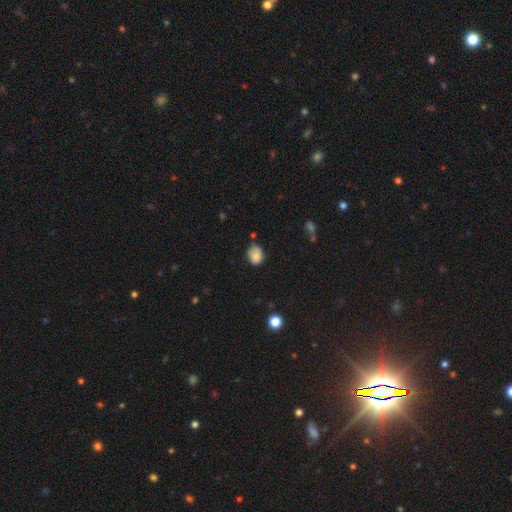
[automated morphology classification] A smooth galaxy with no disk features (83%) that is in between round and cigar-shaped (56%).

Vote fractions:
- Smooth or featured? smooth: 83% / star or artifact: 9% / featured or disk: 8%
- How rounded? in between: 56% / round: 43% / cigar-shaped: 1%
- Merging? none: 61% / minor disturbance: 29% / major disturbance: 6% / merger: 4%